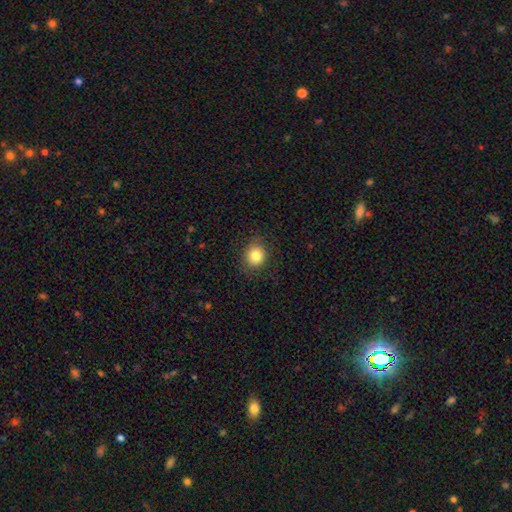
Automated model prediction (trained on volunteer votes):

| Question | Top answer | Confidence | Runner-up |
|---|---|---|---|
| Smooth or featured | smooth | 82% | star or artifact (11%) |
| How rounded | round | 75% | in between (24%) |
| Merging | none | 85% | minor disturbance (11%) |